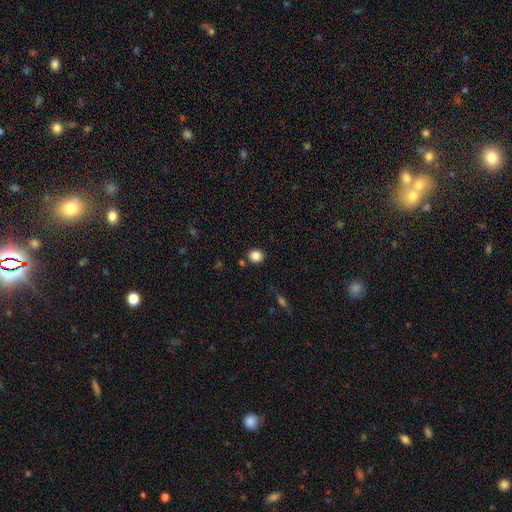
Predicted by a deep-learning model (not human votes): smooth_or_featured: smooth (p=0.85) [alt: star or artifact p=0.11]
how_rounded: round (p=0.85) [alt: in between p=0.14]
merging: none (p=0.87) [alt: minor disturbance p=0.07]